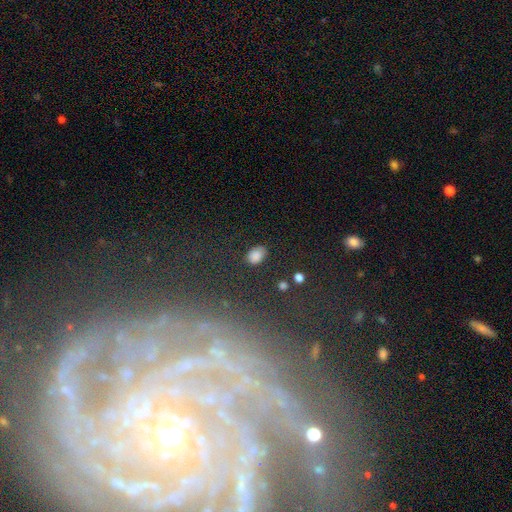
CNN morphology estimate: Smooth or featured? Predicted: smooth (p=0.85). How rounded? Predicted: in between (p=0.81). Merging? Predicted: none (p=0.82).